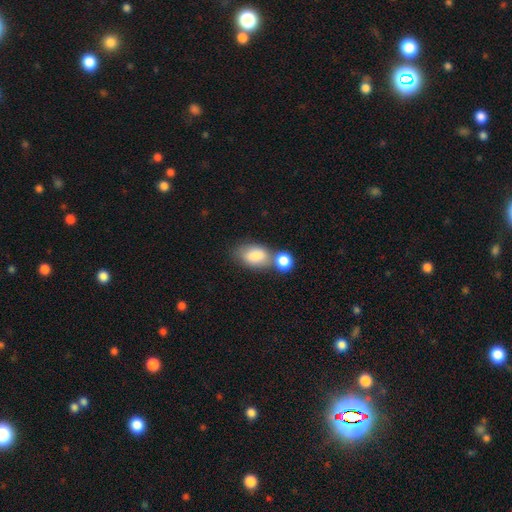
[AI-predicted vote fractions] Smooth or featured: smooth — 84% (featured or disk — 9%)
How rounded: in between — 86% (round — 12%)
Merging: merger — 48% (none — 33%)